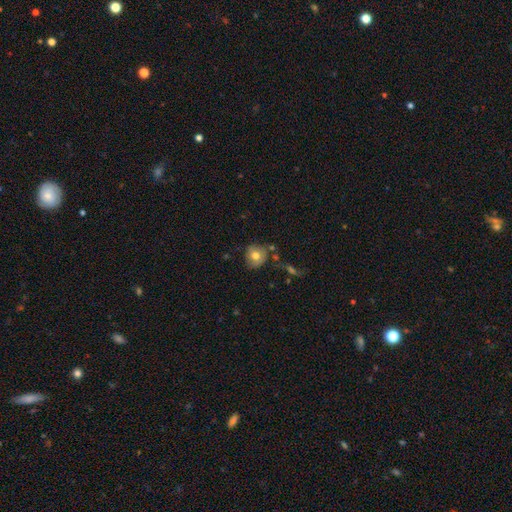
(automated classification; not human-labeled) Smooth or featured?
  - smooth: 75% *
  - featured or disk: 16%
  - star or artifact: 10%
How rounded?
  - round: 82% *
  - in between: 17%
  - cigar-shaped: 1%
Merging?
  - none: 70% *
  - minor disturbance: 18%
  - merger: 7%
  - major disturbance: 5%